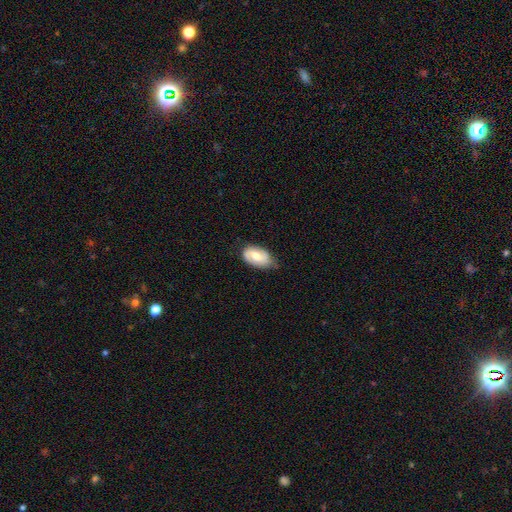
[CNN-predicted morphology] Smooth or featured?
  - smooth: 48% *
  - featured or disk: 46%
  - star or artifact: 6%
Merging?
  - none: 58% *
  - minor disturbance: 34%
  - major disturbance: 6%
  - merger: 1%